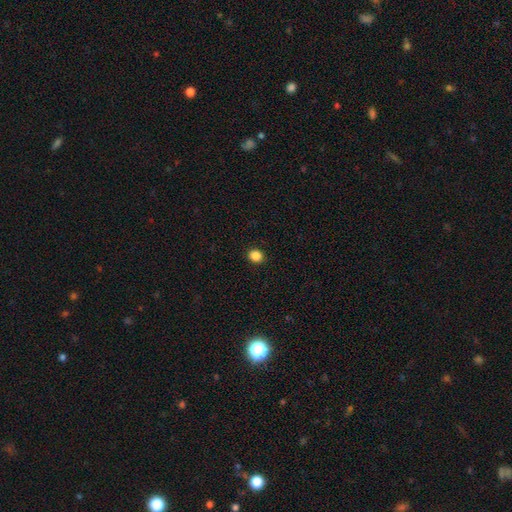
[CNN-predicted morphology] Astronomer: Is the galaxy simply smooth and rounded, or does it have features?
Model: smooth — 86%.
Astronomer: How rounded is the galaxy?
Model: round — 79%.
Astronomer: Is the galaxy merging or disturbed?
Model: none — 93%.